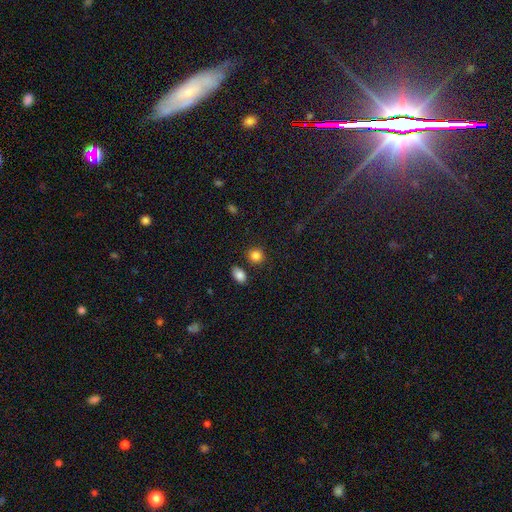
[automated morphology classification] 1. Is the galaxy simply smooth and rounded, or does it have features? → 85% smooth, 10% star or artifact, 5% featured or disk.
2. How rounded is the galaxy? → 83% round, 16% in between, 1% cigar-shaped.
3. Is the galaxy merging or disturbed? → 82% none, 9% minor disturbance, 6% merger, 3% major disturbance.